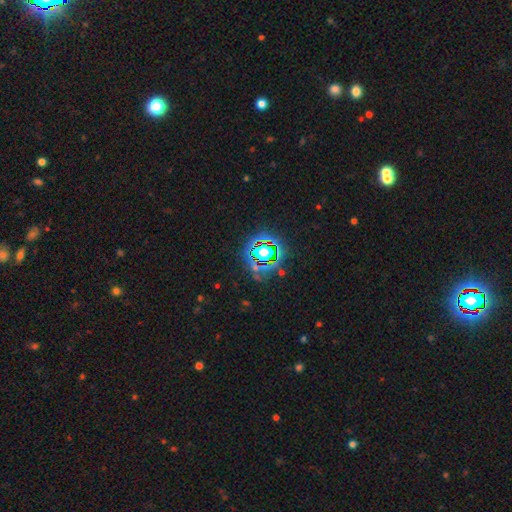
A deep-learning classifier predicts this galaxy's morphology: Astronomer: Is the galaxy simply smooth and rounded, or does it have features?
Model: star or artifact — 78%.